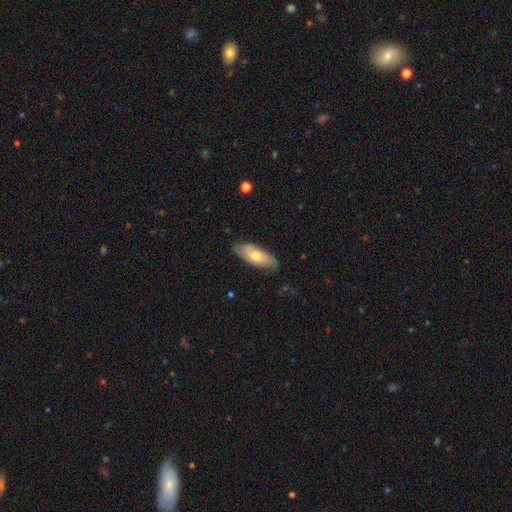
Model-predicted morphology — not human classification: The model was most divided on "smooth or featured": smooth: 56%, featured or disk: 38%, star or artifact: 6%. More confident: how rounded — in between (75%); merging — none (73%).